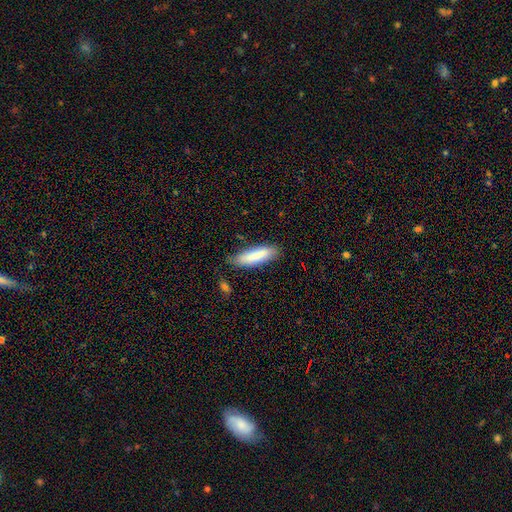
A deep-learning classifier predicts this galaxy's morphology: smooth-or-featured: smooth: 81% | featured or disk: 13% | star or artifact: 6%
  how-rounded: cigar-shaped: 60% | in between: 38% | round: 1%
  merging: none: 79% | minor disturbance: 16% | major disturbance: 3% | merger: 2%